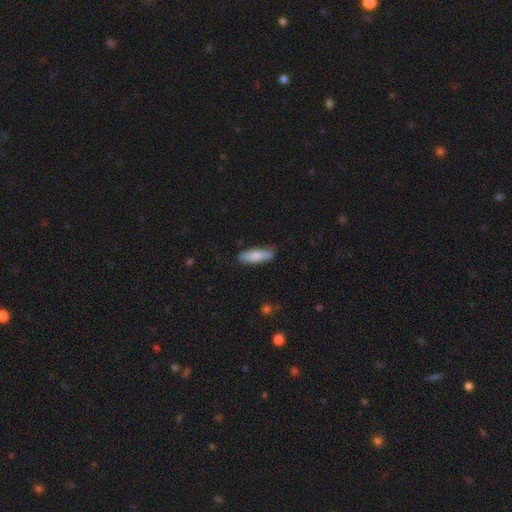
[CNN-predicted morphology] A smooth galaxy with no disk features (78%) that is in between round and cigar-shaped (51%). Merging: none (77%).